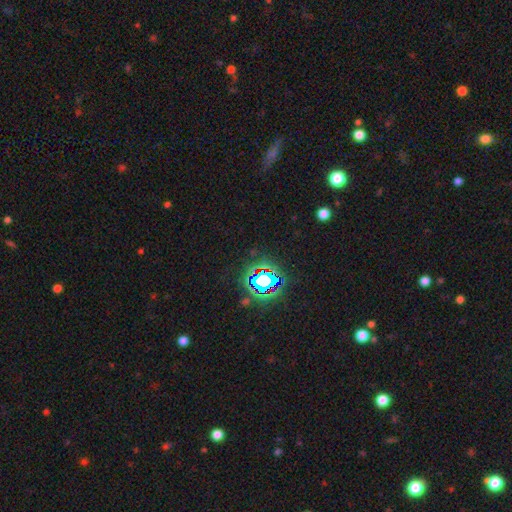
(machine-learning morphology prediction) star or artifact 78%, smooth 14%, featured or disk 9%.